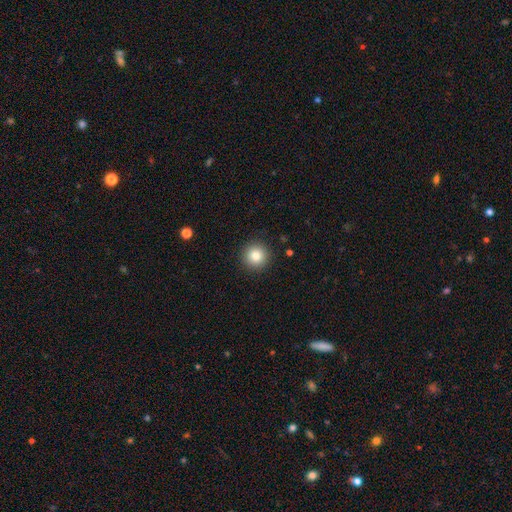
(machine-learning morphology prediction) type=smooth (83%); roundness=round (95%); merging=none (92%).